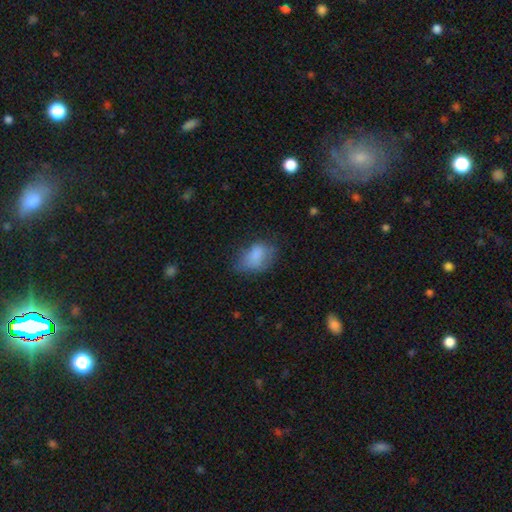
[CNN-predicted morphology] type=smooth (77%); roundness=in between (81%); merging=none (42%).